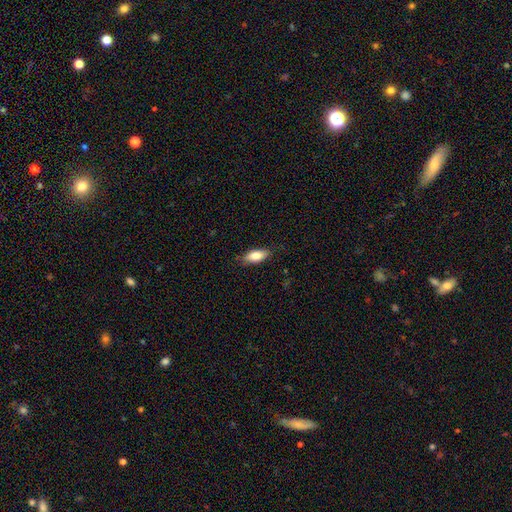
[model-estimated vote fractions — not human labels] Smooth or featured: smooth — 81% (featured or disk — 13%)
How rounded: in between — 83% (cigar-shaped — 14%)
Merging: none — 81% (minor disturbance — 15%)